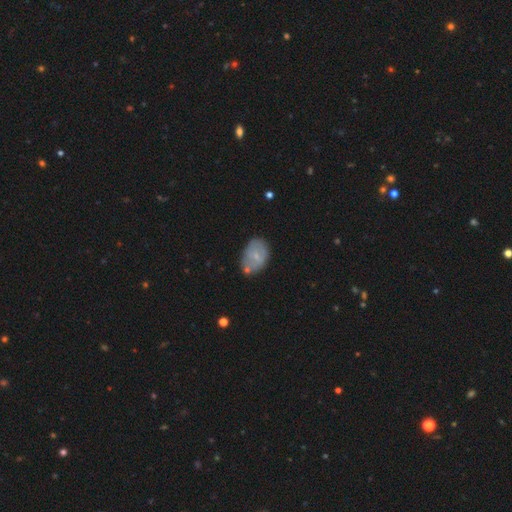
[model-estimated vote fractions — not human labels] A smooth galaxy with no disk features (58%) that is in between round and cigar-shaped (85%).

Vote fractions:
- Smooth or featured? smooth: 58% / featured or disk: 35% / star or artifact: 8%
- How rounded? in between: 85% / round: 14% / cigar-shaped: 1%
- Merging? none: 55% / minor disturbance: 27% / merger: 10% / major disturbance: 8%